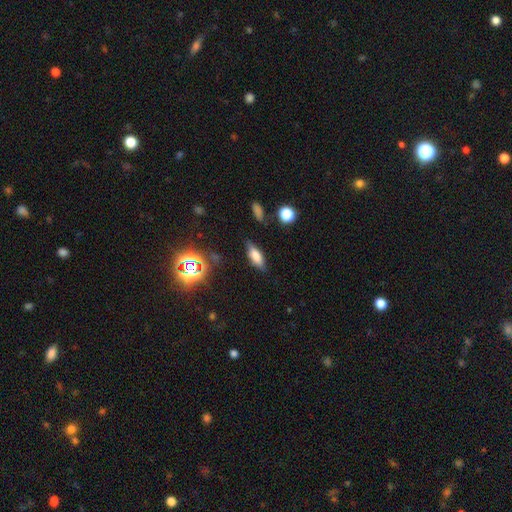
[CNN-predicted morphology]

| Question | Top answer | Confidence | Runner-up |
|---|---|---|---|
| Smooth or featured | smooth | 66% | featured or disk (21%) |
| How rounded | in between | 64% | cigar-shaped (32%) |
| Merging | none | 78% | minor disturbance (16%) |